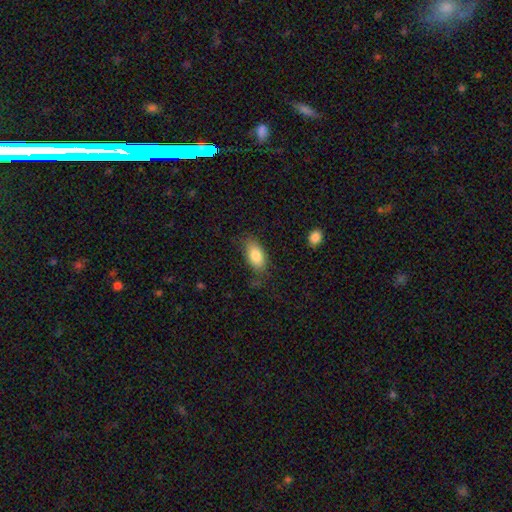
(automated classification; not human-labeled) The model was most divided on "merging": none: 71%, minor disturbance: 20%, major disturbance: 6%, merger: 2%. More confident: how rounded — in between (92%); smooth or featured — smooth (83%).